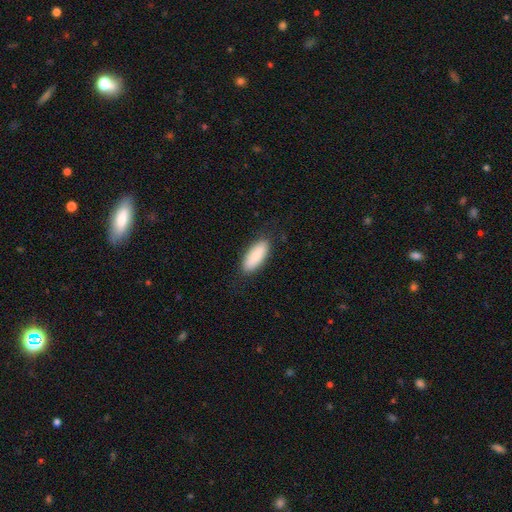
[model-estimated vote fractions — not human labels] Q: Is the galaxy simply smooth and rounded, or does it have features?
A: smooth — 89%.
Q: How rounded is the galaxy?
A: in between — 78%.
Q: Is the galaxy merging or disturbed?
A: none — 85%.